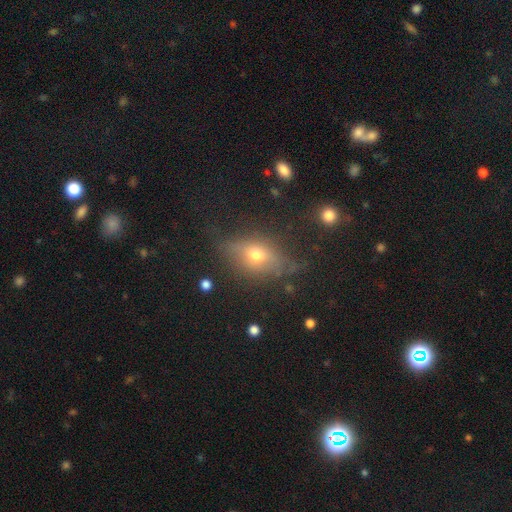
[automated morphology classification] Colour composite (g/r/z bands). It shows a smooth galaxy with no disk features (47%). Merging: none (69%).